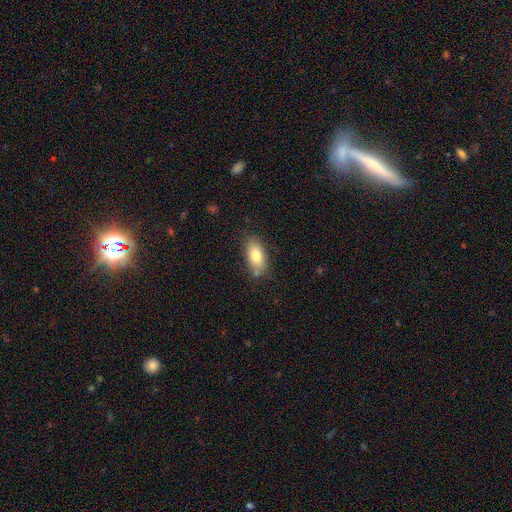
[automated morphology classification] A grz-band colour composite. It shows a smooth galaxy with no disk features (80%) that is in between round and cigar-shaped (89%). Merging: none (76%).